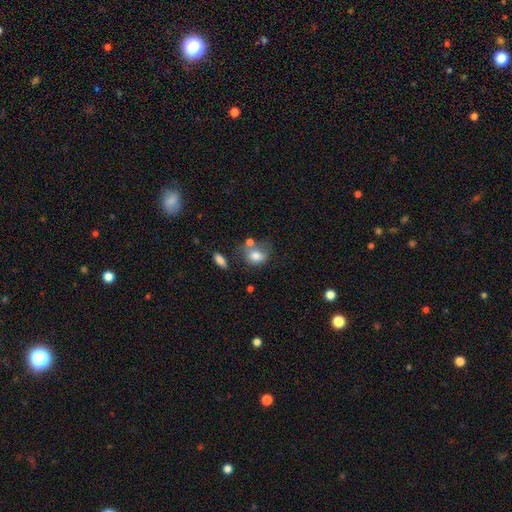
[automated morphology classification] This is likely a smooth galaxy (76%). How rounded: possibly in between (54%). Merging: marginally none (39%).